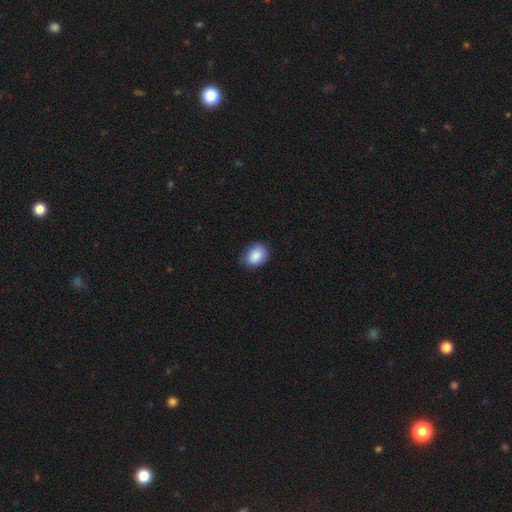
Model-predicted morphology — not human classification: Overall: smooth (87%). How rounded: in between (65%; round 34%). Merging: none (73%).